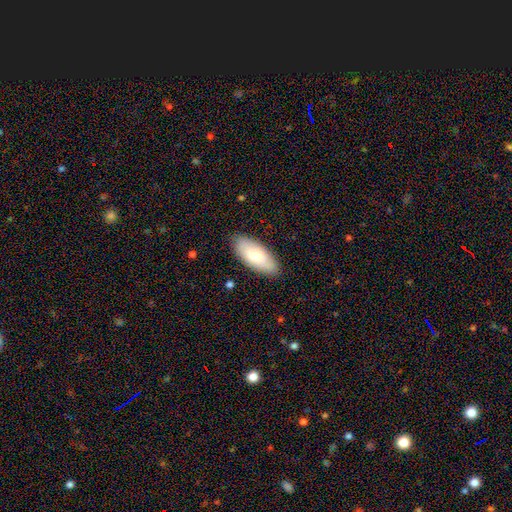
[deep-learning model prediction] smooth 73%, featured or disk 22%, star or artifact 6%. Down the decision tree: how rounded — in between (88%); merging — none (86%).